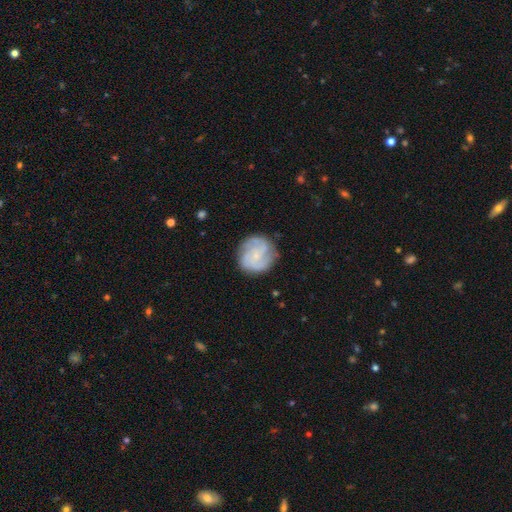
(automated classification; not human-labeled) This is likely a featured or disk galaxy (75%). It is clearly not viewed edge-on (98%). Bar: likely no (68%). Spiral arm pattern: clearly yes (95%). Spiral arm count: marginally 3 (39%). Spiral winding: possibly tight (50%). Central bulge: likely small (72%). Merging: likely none (79%).